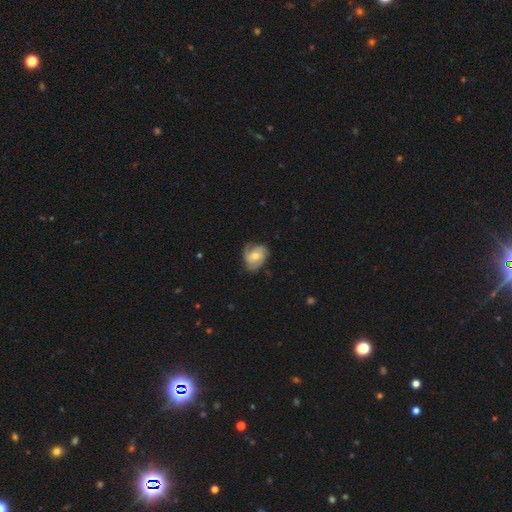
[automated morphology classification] This appears to be a featured or disk galaxy (52%) with no bar (67%), spiral arms (78%) and a moderate central bulge (56%). Merging: none (53%).